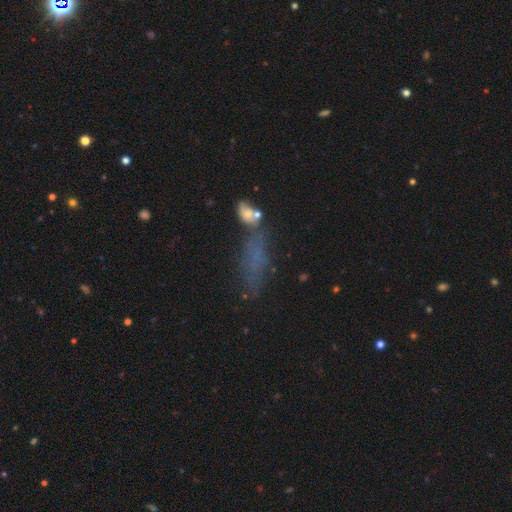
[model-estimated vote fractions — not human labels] A smooth galaxy with no disk features (51%) that is cigar-shaped (51%).

Vote fractions:
- Smooth or featured? smooth: 51% / featured or disk: 27% / star or artifact: 22%
- How rounded? cigar-shaped: 51% / in between: 44% / round: 5%
- Merging? none: 40% / merger: 23% / minor disturbance: 19% / major disturbance: 18%